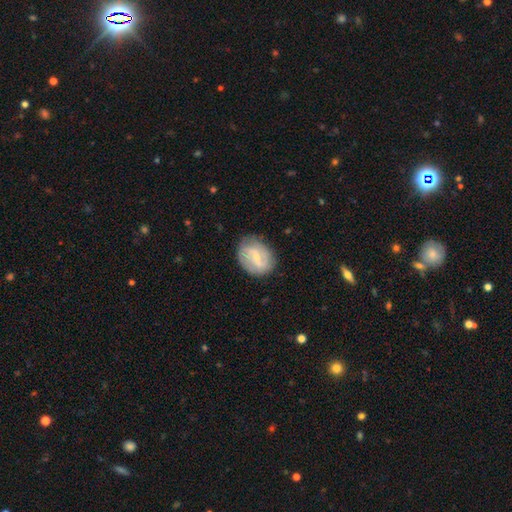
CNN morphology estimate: This appears to be a featured or disk galaxy (65%) with a weak bar (54%), spiral arms (80%) and a small central bulge (69%). Merging: none (77%).